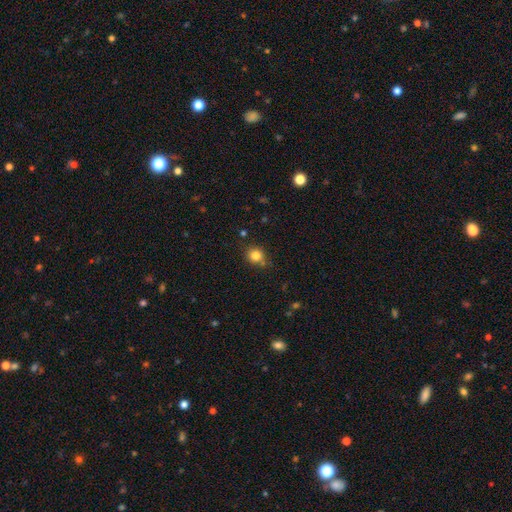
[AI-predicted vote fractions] smooth_or_featured: smooth (p=0.82) [alt: star or artifact p=0.12]
how_rounded: round (p=0.80) [alt: in between p=0.19]
merging: none (p=0.76) [alt: minor disturbance p=0.15]